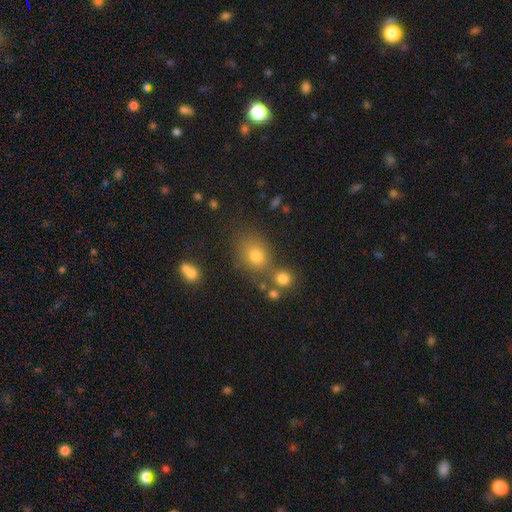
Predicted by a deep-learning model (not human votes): smooth-or-featured: smooth: 73% | star or artifact: 17% | featured or disk: 10%
  how-rounded: round: 56% | in between: 43% | cigar-shaped: 1%
  merging: none: 62% | merger: 18% | minor disturbance: 14% | major disturbance: 6%